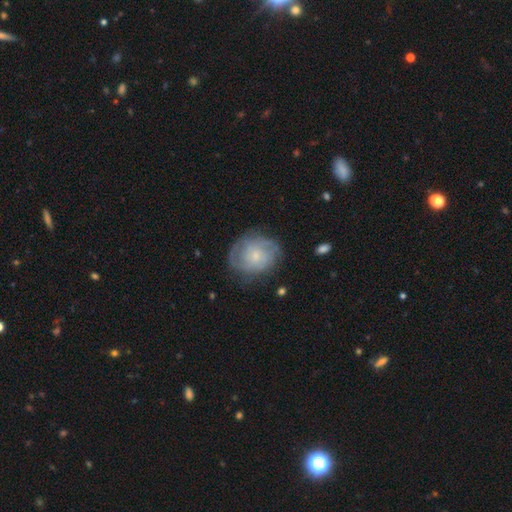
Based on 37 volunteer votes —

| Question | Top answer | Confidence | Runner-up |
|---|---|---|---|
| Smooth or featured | featured or disk | 73% | smooth (19%) |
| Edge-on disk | no | 100% | — |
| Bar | no | 67% | weak (26%) |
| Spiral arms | yes | 93% | no (7%) |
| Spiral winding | medium | 48% | tight (44%) |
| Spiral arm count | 2 | 52% | can't tell (40%) |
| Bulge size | small | 67% | moderate (22%) |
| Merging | none | 79% | minor disturbance (12%) |